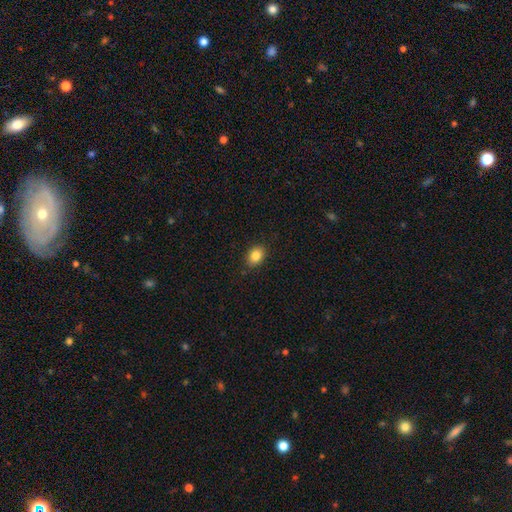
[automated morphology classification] Q: Smooth or featured?
A: smooth (85%); runner-up: star or artifact (9%)
Q: How rounded?
A: in between (66%); runner-up: round (33%)
Q: Merging?
A: none (87%); runner-up: minor disturbance (10%)